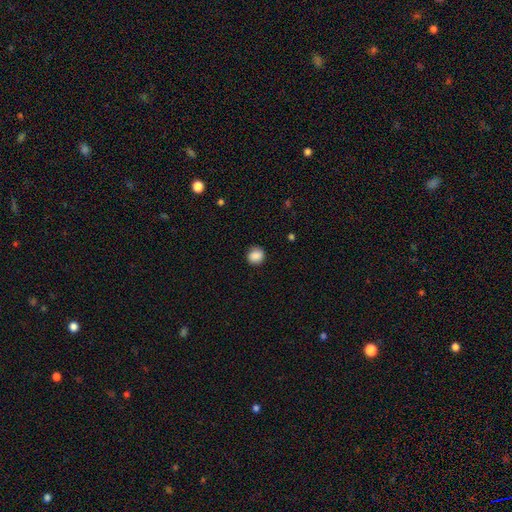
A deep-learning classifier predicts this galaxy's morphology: Smooth or featured? Predicted: smooth (p=0.87). How rounded? Predicted: round (p=0.87). Merging? Predicted: none (p=0.87).